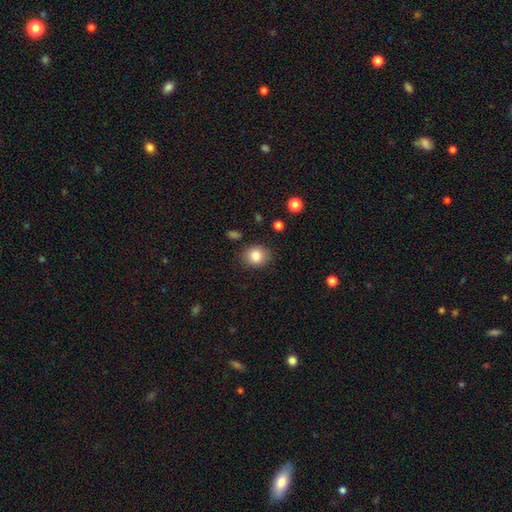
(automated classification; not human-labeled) smooth 84%, star or artifact 9%, featured or disk 6%. Down the decision tree: how rounded — round (68%); merging — none (84%).